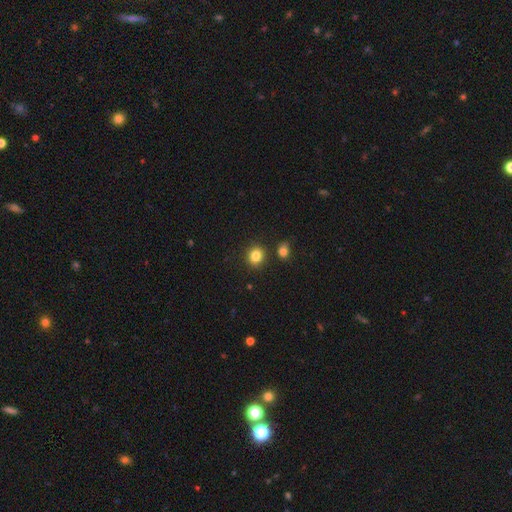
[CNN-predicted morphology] A smooth galaxy with no disk features (82%) that is round (79%). Merging: none (81%).